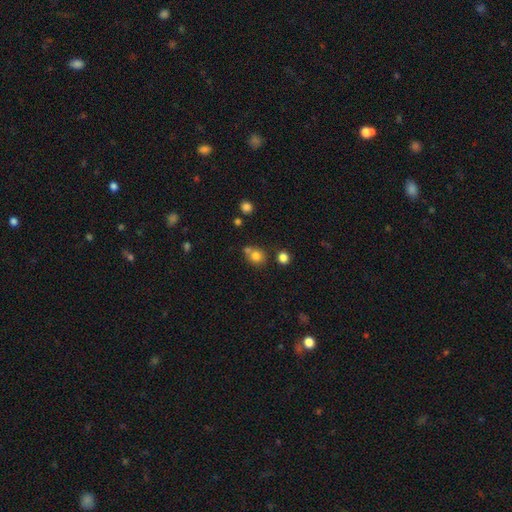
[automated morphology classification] Smooth or featured?
  - smooth: 78% *
  - star or artifact: 13%
  - featured or disk: 9%
How rounded?
  - round: 77% *
  - in between: 22%
  - cigar-shaped: 1%
Merging?
  - none: 56% *
  - merger: 28%
  - minor disturbance: 12%
  - major disturbance: 4%